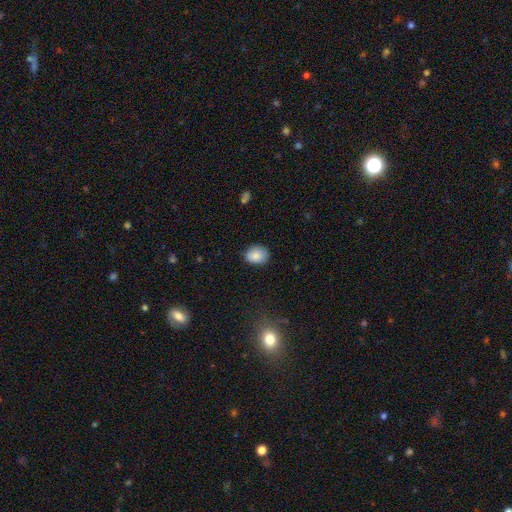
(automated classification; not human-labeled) Smooth or featured? smooth (87%)
How rounded? in between (57%)
Merging? none (79%)